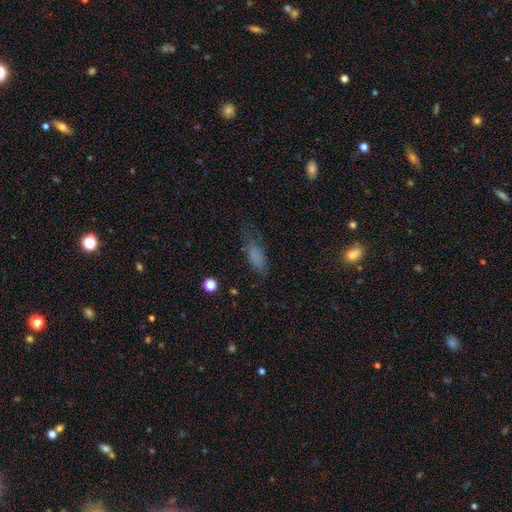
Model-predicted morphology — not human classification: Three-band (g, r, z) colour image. It shows a smooth galaxy with no disk features (71%) that is in between round and cigar-shaped (71%). Merging: none (54%).